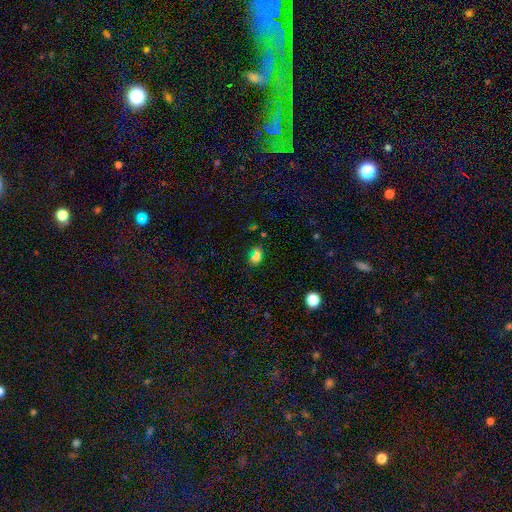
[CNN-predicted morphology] This is likely a smooth galaxy (78%). How rounded: likely in between (67%). Merging: likely none (66%).